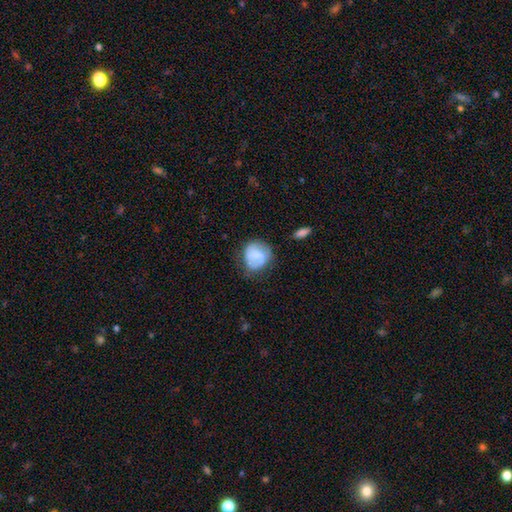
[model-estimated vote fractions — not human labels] Smooth or featured?
  - smooth: 65% *
  - featured or disk: 27%
  - star or artifact: 7%
How rounded?
  - round: 74% *
  - in between: 25%
  - cigar-shaped: 1%
Merging?
  - none: 59% *
  - minor disturbance: 28%
  - major disturbance: 11%
  - merger: 3%